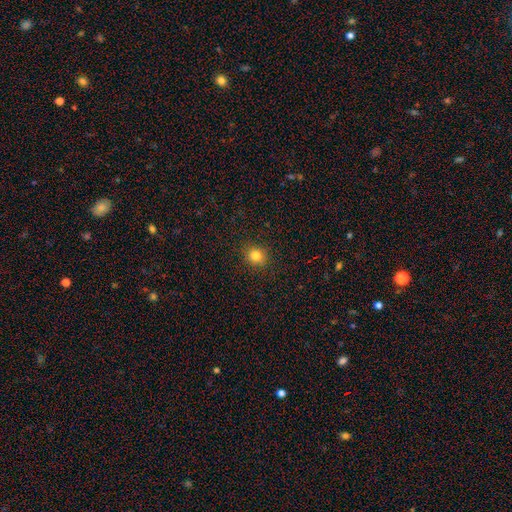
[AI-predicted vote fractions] This is clearly a smooth galaxy (82%). How rounded: likely round (77%). Merging: clearly none (90%).